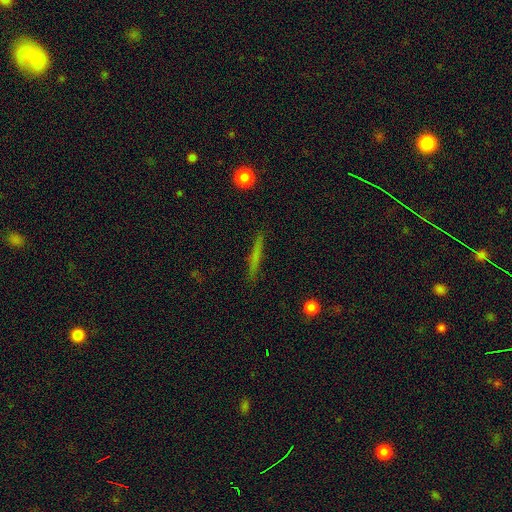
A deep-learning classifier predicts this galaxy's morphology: Smooth or featured?
  - smooth: 56% *
  - featured or disk: 35%
  - star or artifact: 9%
How rounded?
  - cigar-shaped: 94% *
  - in between: 3%
  - round: 2%
Merging?
  - none: 89% *
  - minor disturbance: 8%
  - major disturbance: 2%
  - merger: 1%